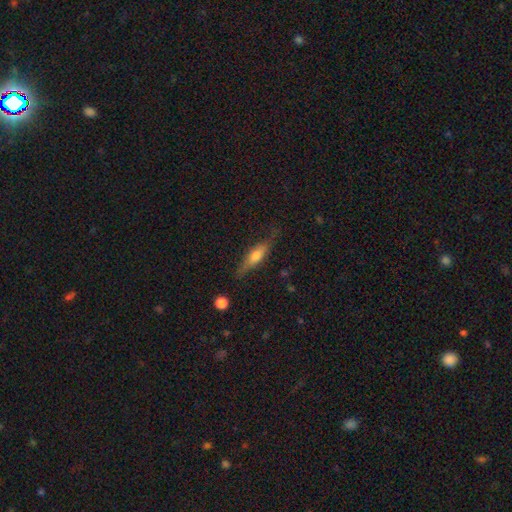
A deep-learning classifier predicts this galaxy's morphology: This appears to be a smooth galaxy with no disk features (48%). Merging: none (73%).